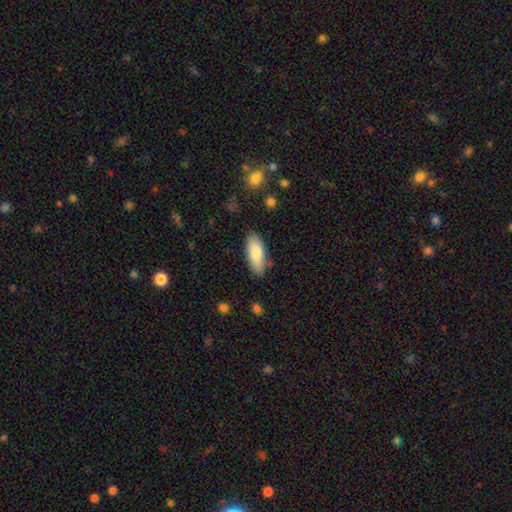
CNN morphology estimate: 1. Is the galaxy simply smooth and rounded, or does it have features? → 82% smooth, 12% featured or disk, 6% star or artifact.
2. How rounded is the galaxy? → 82% in between, 16% cigar-shaped, 2% round.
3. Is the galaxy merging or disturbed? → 82% none, 13% minor disturbance, 3% major disturbance, 2% merger.